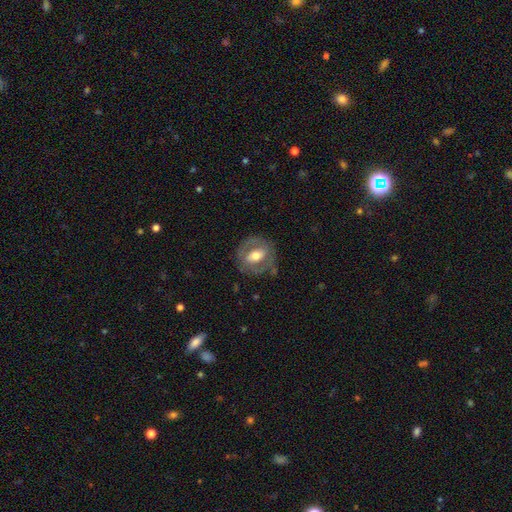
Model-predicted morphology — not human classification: A featured or disk galaxy (59%) with no bar (35%), no spiral arms (67%) and a moderate central bulge (68%). Merging: none (71%).